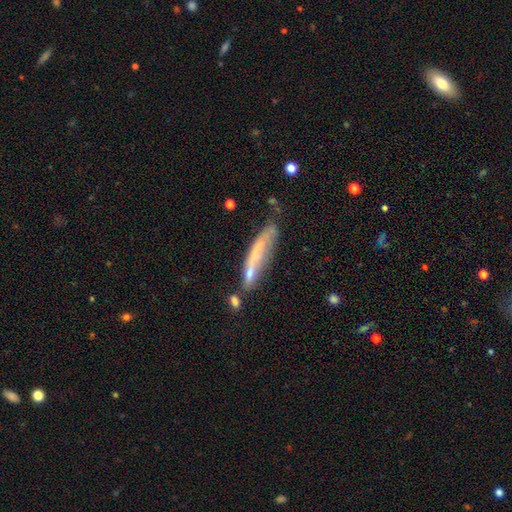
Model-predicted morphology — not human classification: smooth-or-featured: smooth: 54% | featured or disk: 37% | star or artifact: 9%
  how-rounded: cigar-shaped: 87% | in between: 11% | round: 2%
  merging: none: 43% | minor disturbance: 28% | major disturbance: 15% | merger: 14%